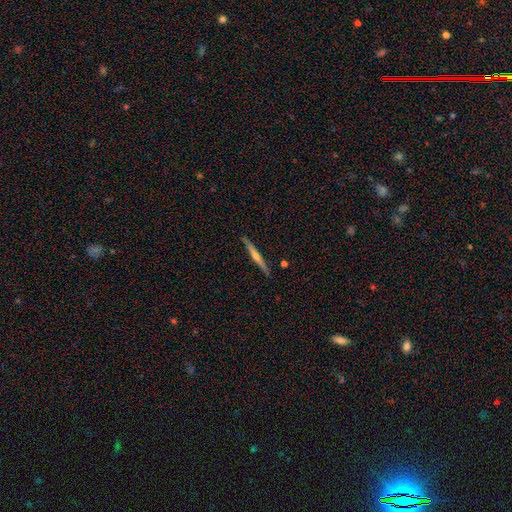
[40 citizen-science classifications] Smooth or featured? 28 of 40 (70%) said featured or disk. Edge-on disk? 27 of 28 (96%) said yes. Edge-on bulge? 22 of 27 (81%) said rounded. Merging? 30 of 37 (81%) said none.